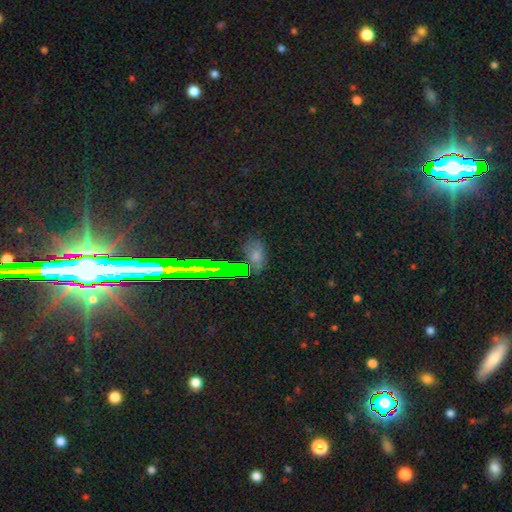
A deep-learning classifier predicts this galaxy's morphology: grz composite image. It shows a smooth galaxy with no disk features (55%) that is in between round and cigar-shaped (84%). Merging: none (72%).